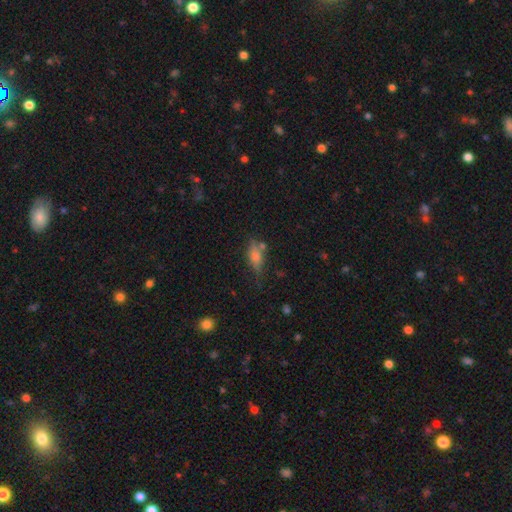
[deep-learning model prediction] A smooth galaxy with no disk features (65%) that is in between round and cigar-shaped (71%).

Vote fractions:
- Smooth or featured? smooth: 65% / featured or disk: 24% / star or artifact: 11%
- How rounded? in between: 71% / cigar-shaped: 24% / round: 5%
- Merging? none: 56% / minor disturbance: 24% / merger: 10% / major disturbance: 9%